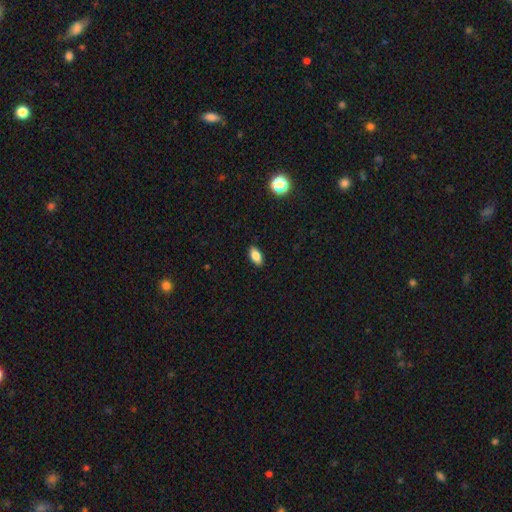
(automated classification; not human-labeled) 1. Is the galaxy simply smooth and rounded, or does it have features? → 82% smooth, 10% featured or disk, 8% star or artifact.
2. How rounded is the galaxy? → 88% in between, 8% cigar-shaped, 4% round.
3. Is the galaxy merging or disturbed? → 89% none, 9% minor disturbance, 2% major disturbance, 1% merger.